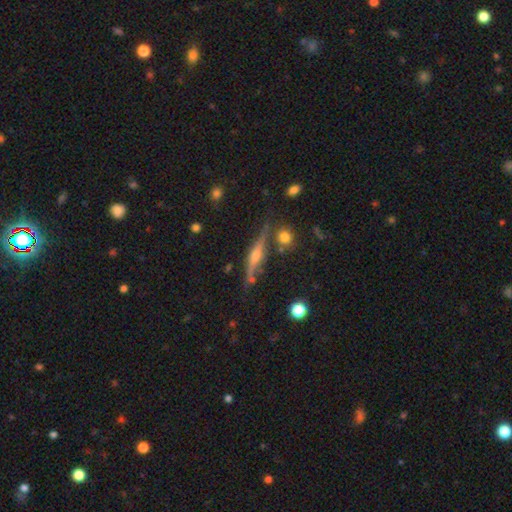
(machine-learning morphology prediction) Q: Smooth or featured?
A: featured or disk (76%); runner-up: smooth (15%)
Q: Edge-on disk?
A: yes (96%); runner-up: no (4%)
Q: Edge-on bulge?
A: rounded (87%); runner-up: boxy (7%)
Q: Merging?
A: none (80%); runner-up: minor disturbance (12%)